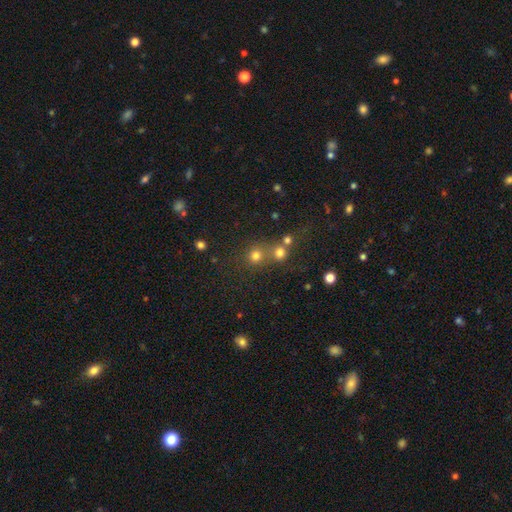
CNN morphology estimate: type=smooth (74%); roundness=round (89%); merging=none (56%).